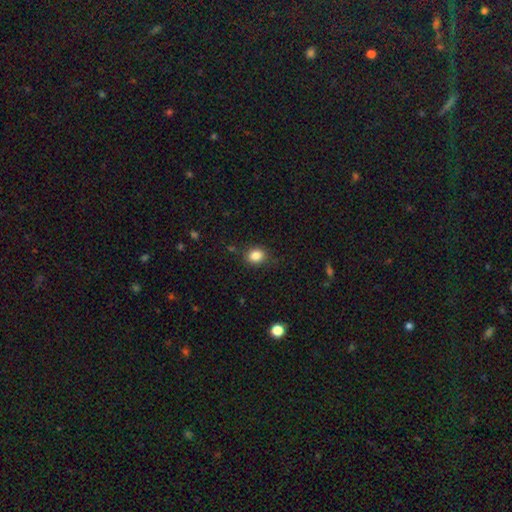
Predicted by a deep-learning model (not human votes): smooth_or_featured: smooth (p=0.85) [alt: star or artifact p=0.10]
how_rounded: round (p=0.61) [alt: in between p=0.38]
merging: none (p=0.82) [alt: minor disturbance p=0.13]